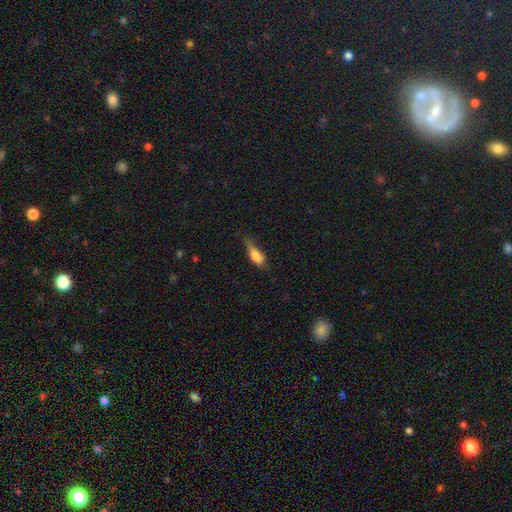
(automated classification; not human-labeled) Smooth or featured? Predicted: smooth (p=0.76). How rounded? Predicted: in between (p=0.72). Merging? Predicted: minor disturbance (p=0.42).